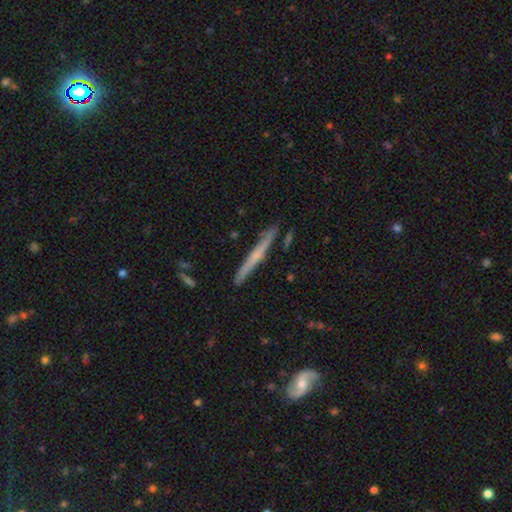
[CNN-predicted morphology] Smooth or featured? featured or disk (59%)
Edge-on disk? yes (97%)
Edge-on bulge? none (57%)
Merging? none (88%)